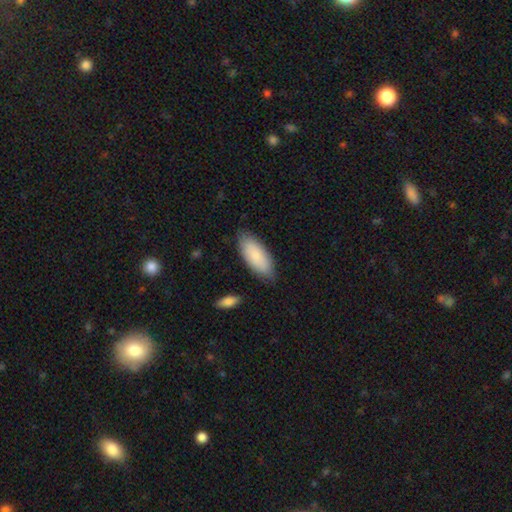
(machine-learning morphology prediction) Smooth or featured? Predicted: smooth (p=0.85). How rounded? Predicted: in between (p=0.82). Merging? Predicted: none (p=0.82).